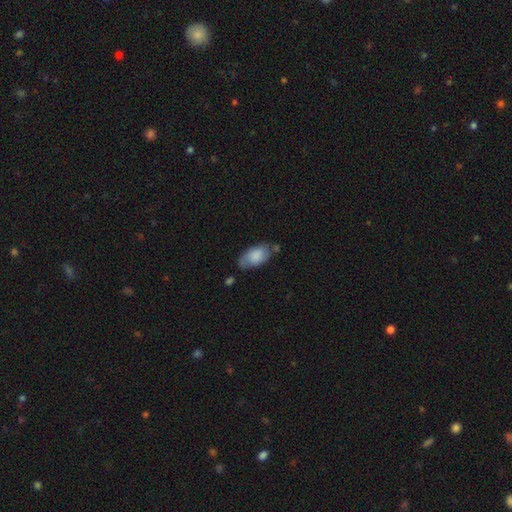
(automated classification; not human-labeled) smooth_or_featured: smooth (p=0.78) [alt: featured or disk p=0.16]
how_rounded: in between (p=0.94) [alt: cigar-shaped p=0.03]
merging: none (p=0.58) [alt: minor disturbance p=0.28]